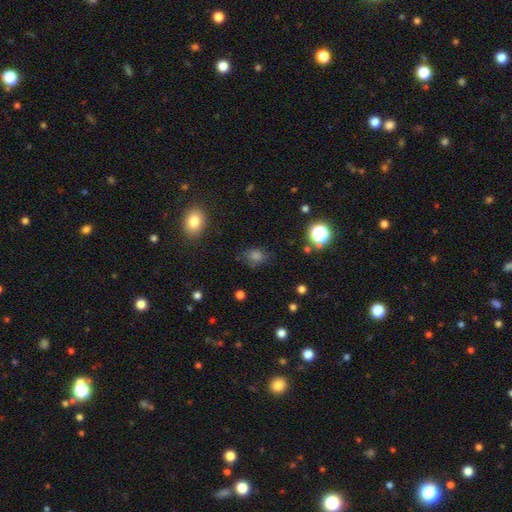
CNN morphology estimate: Smooth or featured?
  - smooth: 66% *
  - star or artifact: 26%
  - featured or disk: 8%
How rounded?
  - in between: 58% *
  - round: 40%
  - cigar-shaped: 2%
Merging?
  - none: 75% *
  - minor disturbance: 16%
  - major disturbance: 6%
  - merger: 2%